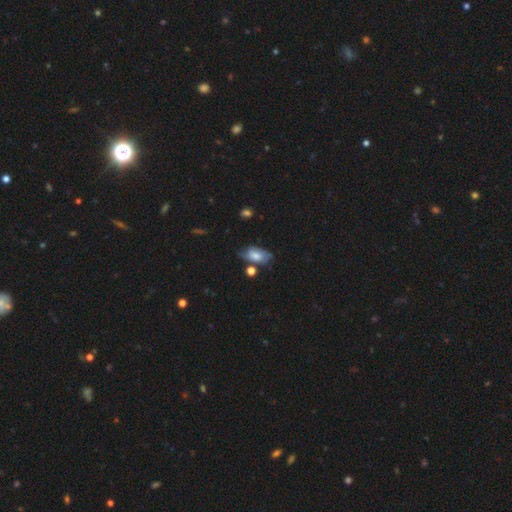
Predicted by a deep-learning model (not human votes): A smooth galaxy with no disk features (61%) that is in between round and cigar-shaped (90%). Merging: none (57%).